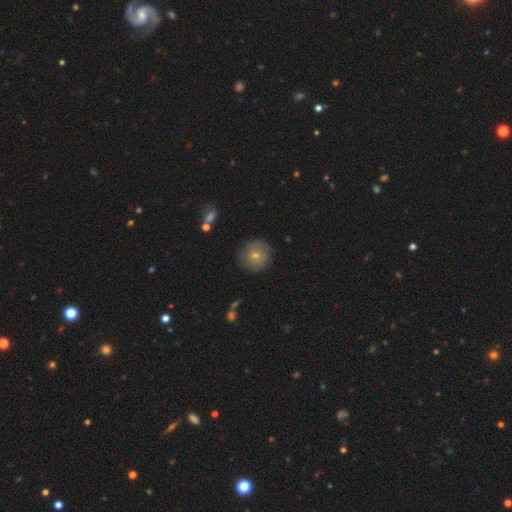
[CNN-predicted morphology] smooth_or_featured: smooth (p=0.62) [alt: featured or disk p=0.30]
how_rounded: round (p=0.90) [alt: in between p=0.09]
merging: none (p=0.79) [alt: minor disturbance p=0.15]